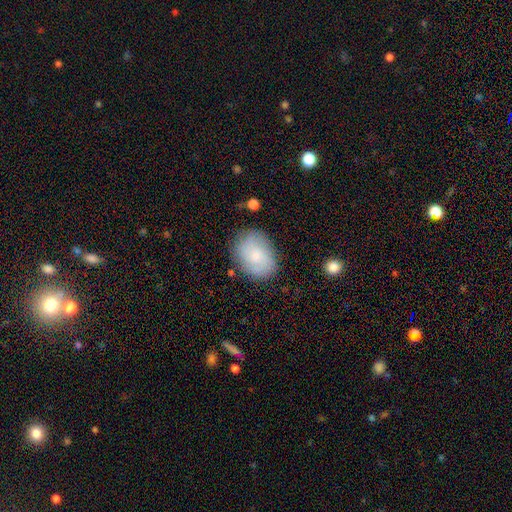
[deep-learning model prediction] Smooth or featured?
  - smooth: 70% *
  - featured or disk: 23%
  - star or artifact: 7%
How rounded?
  - in between: 70% *
  - round: 29%
  - cigar-shaped: 1%
Merging?
  - none: 78% *
  - minor disturbance: 16%
  - major disturbance: 4%
  - merger: 2%